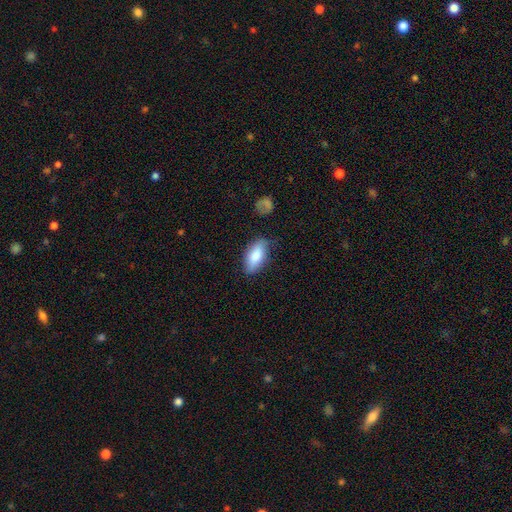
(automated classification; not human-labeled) Q: Smooth or featured?
A: smooth (82%); runner-up: featured or disk (12%)
Q: How rounded?
A: in between (87%); runner-up: cigar-shaped (10%)
Q: Merging?
A: none (72%); runner-up: minor disturbance (20%)